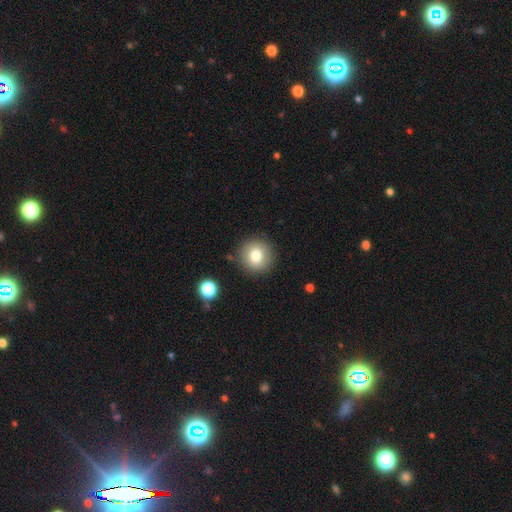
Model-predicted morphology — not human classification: Smooth or featured: smooth — 78% (featured or disk — 11%)
How rounded: round — 94% (in between — 5%)
Merging: none — 88% (minor disturbance — 8%)